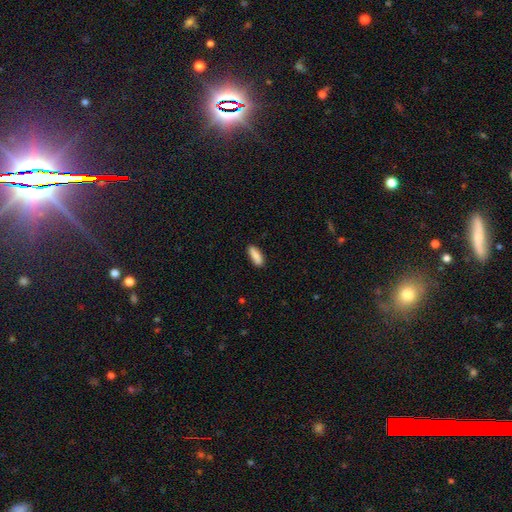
Smooth or featured: smooth — 87% (featured or disk — 8%)
How rounded: in between — 65% (cigar-shaped — 35%)
Merging: none — 86% (minor disturbance — 5%)